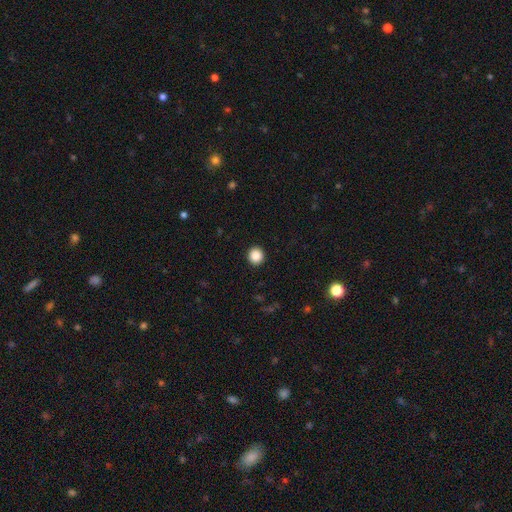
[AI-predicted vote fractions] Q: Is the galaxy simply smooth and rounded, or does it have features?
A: smooth — 87%.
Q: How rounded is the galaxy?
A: round — 94%.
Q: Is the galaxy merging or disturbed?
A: none — 93%.